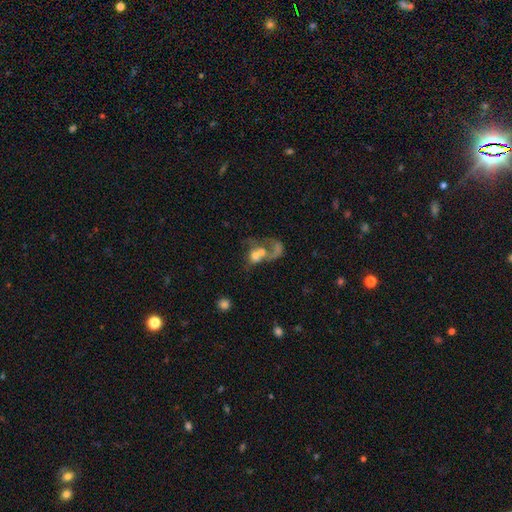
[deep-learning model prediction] Morphology: type=featured or disk (47%); merging=merger (68%).